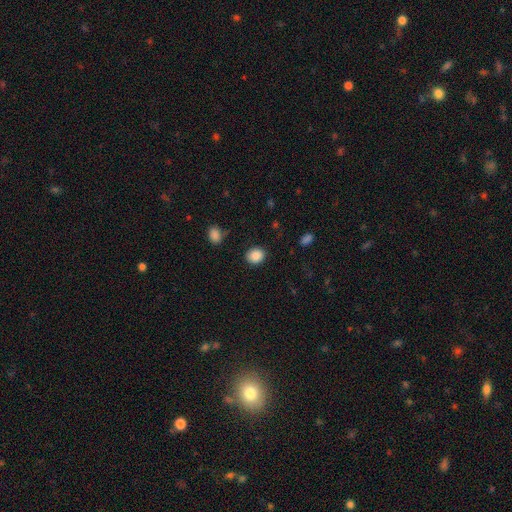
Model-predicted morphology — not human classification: Overall: smooth (88%). How rounded: round (68%; in between 31%). Merging: none (87%).